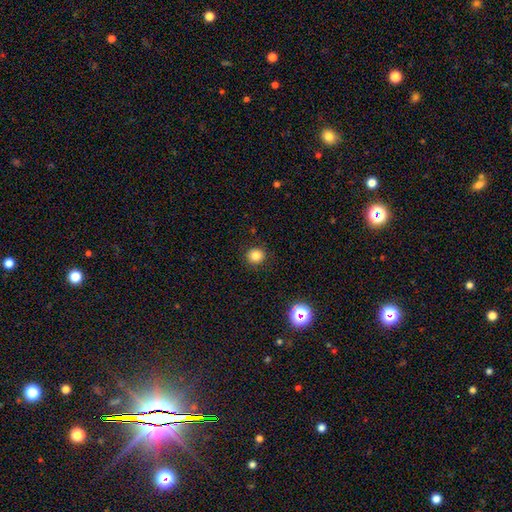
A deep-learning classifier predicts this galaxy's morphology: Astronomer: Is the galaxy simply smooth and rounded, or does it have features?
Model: smooth — 82%.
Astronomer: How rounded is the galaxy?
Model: round — 89%.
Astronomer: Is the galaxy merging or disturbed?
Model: none — 90%.